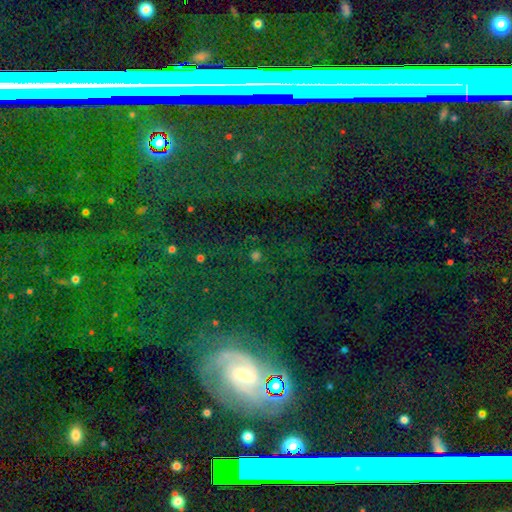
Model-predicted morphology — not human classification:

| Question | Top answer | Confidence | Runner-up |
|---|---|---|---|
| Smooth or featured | star or artifact | 62% | smooth (28%) |